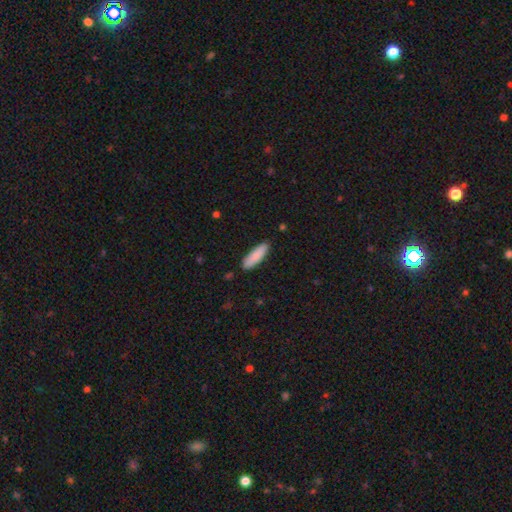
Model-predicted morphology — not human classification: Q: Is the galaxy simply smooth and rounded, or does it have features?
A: smooth — 86%.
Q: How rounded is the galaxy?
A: cigar-shaped — 56%.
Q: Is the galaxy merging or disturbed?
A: none — 88%.